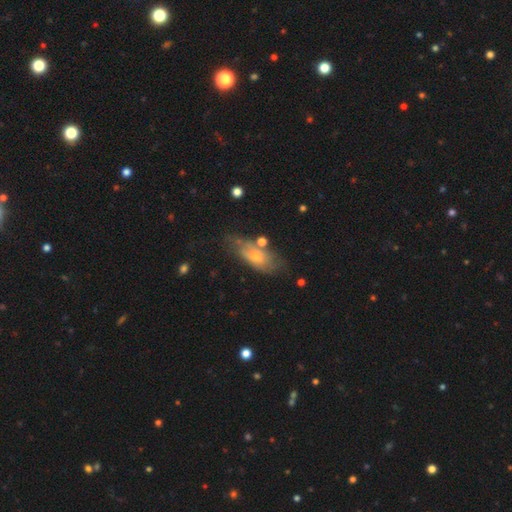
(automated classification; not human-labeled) Smooth or featured? Predicted: smooth (p=0.48). Merging? Predicted: none (p=0.56).